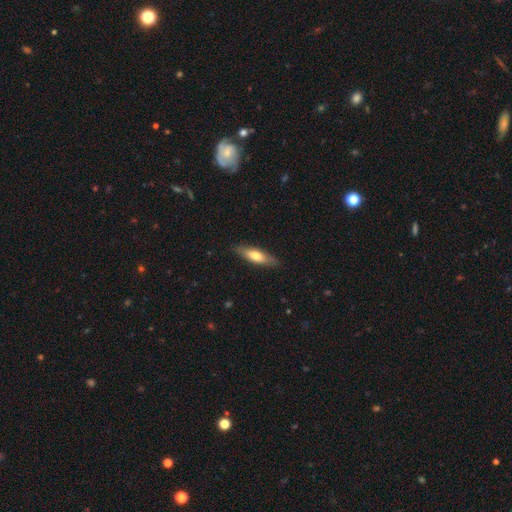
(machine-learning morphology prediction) A smooth galaxy with no disk features (65%) that is cigar-shaped (57%).

Vote fractions:
- Smooth or featured? smooth: 65% / featured or disk: 29% / star or artifact: 6%
- How rounded? cigar-shaped: 57% / in between: 41% / round: 2%
- Merging? none: 85% / minor disturbance: 12% / major disturbance: 2% / merger: 1%